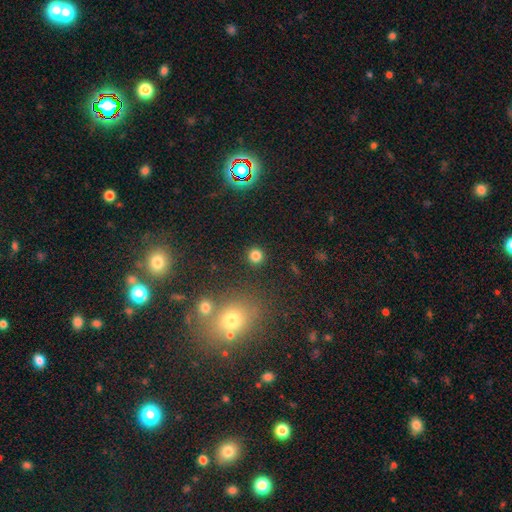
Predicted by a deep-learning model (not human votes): This is clearly a smooth galaxy (82%). How rounded: clearly round (92%). Merging: clearly none (90%).